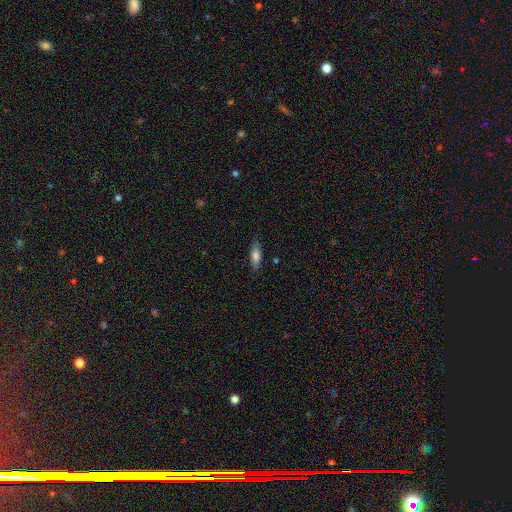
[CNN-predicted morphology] Q: Smooth or featured?
A: smooth (76%); runner-up: featured or disk (17%)
Q: How rounded?
A: in between (56%); runner-up: cigar-shaped (42%)
Q: Merging?
A: none (82%); runner-up: minor disturbance (14%)